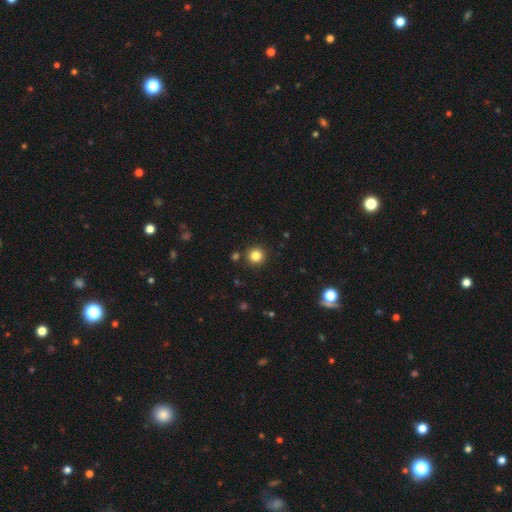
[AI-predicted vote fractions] Q: Smooth or featured?
A: smooth (83%); runner-up: star or artifact (13%)
Q: How rounded?
A: round (94%); runner-up: in between (5%)
Q: Merging?
A: none (89%); runner-up: minor disturbance (6%)